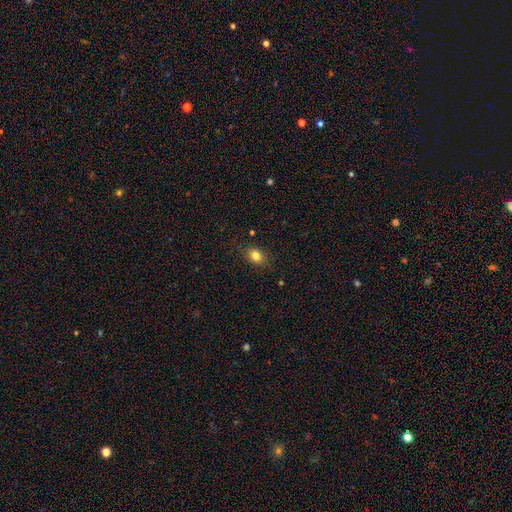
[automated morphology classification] smooth_or_featured: smooth (p=0.82) [alt: star or artifact p=0.11]
how_rounded: in between (p=0.55) [alt: round p=0.44]
merging: none (p=0.85) [alt: minor disturbance p=0.11]